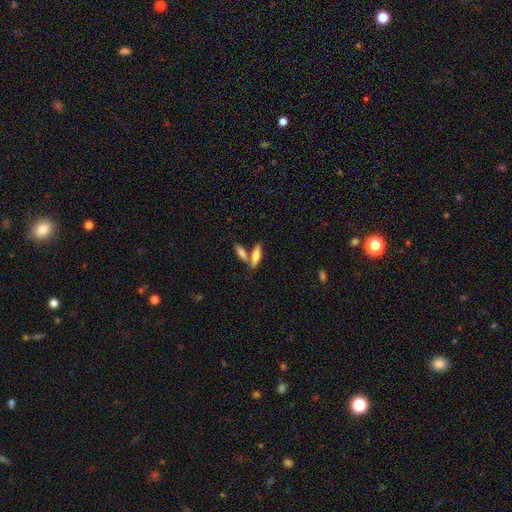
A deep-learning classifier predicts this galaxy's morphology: Overall: smooth (70%). How rounded: cigar-shaped (52%; in between 45%). Merging: none (51%; merger 36%).